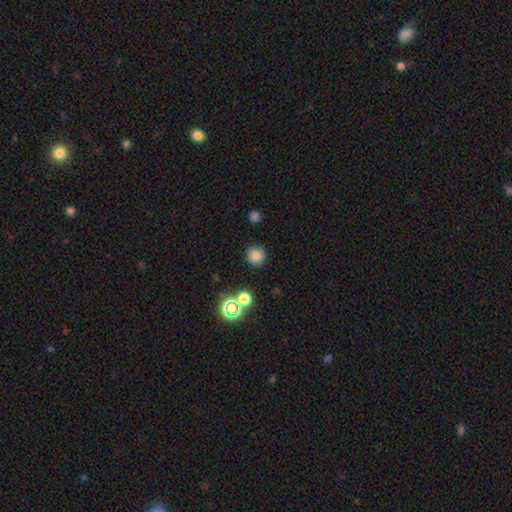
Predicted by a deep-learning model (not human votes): smooth_or_featured: smooth (p=0.79) [alt: star or artifact p=0.15]
how_rounded: round (p=0.90) [alt: in between p=0.09]
merging: none (p=0.88) [alt: minor disturbance p=0.08]